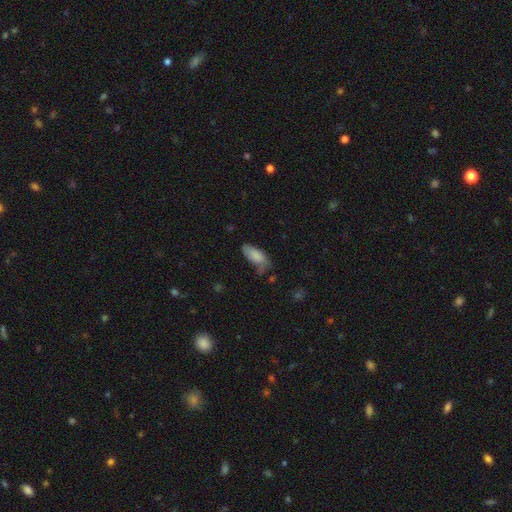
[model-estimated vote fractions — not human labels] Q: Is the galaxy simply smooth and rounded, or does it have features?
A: smooth — 81%.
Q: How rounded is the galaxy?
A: in between — 85%.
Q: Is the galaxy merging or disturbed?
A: none — 42%.